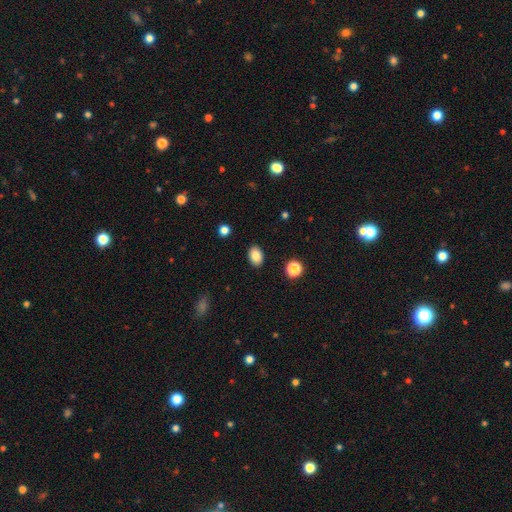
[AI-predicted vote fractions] Smooth or featured?
  - smooth: 86% *
  - star or artifact: 9%
  - featured or disk: 5%
How rounded?
  - in between: 81% *
  - round: 18%
  - cigar-shaped: 1%
Merging?
  - none: 89% *
  - minor disturbance: 8%
  - major disturbance: 2%
  - merger: 1%